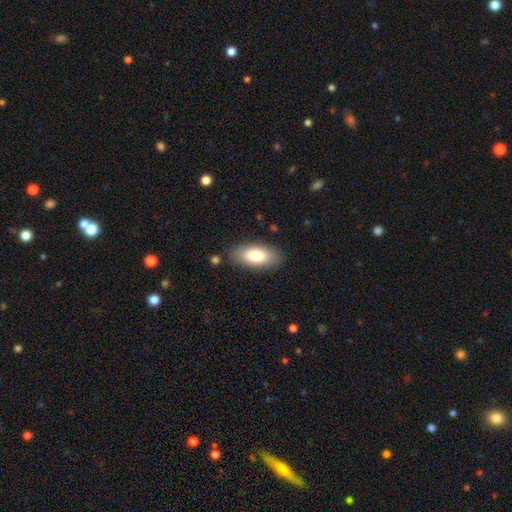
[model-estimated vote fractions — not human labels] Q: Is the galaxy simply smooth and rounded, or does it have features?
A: smooth — 78%.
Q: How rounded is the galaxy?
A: in between — 90%.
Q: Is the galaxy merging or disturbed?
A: none — 85%.